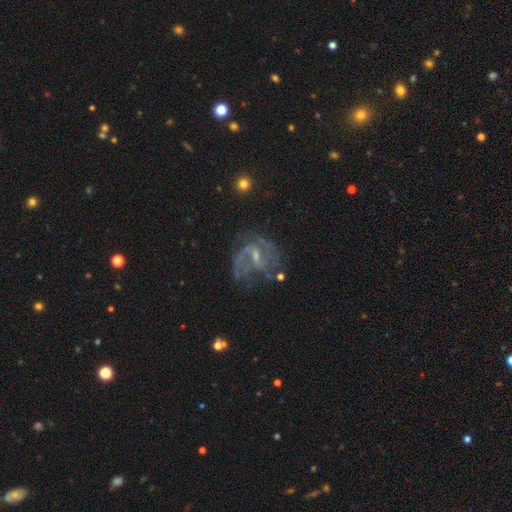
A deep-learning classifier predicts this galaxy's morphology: Smooth or featured: featured or disk — 76% (star or artifact — 12%)
Edge-on disk: no — 97% (yes — 3%)
Bar: weak — 53% (no — 28%)
Spiral arms: yes — 83% (no — 17%)
Spiral winding: medium — 44% (loose — 31%)
Spiral arm count: 2 — 40% (can't tell — 29%)
Bulge size: small — 56% (moderate — 28%)
Merging: none — 50% (major disturbance — 26%)